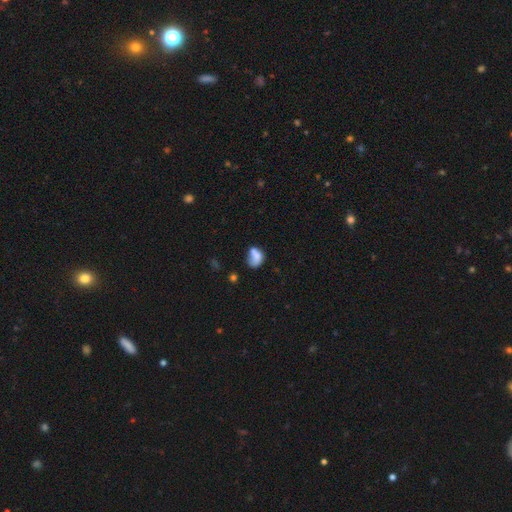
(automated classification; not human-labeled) This is likely a smooth galaxy (72%). How rounded: likely in between (72%). Merging: marginally none (30%).